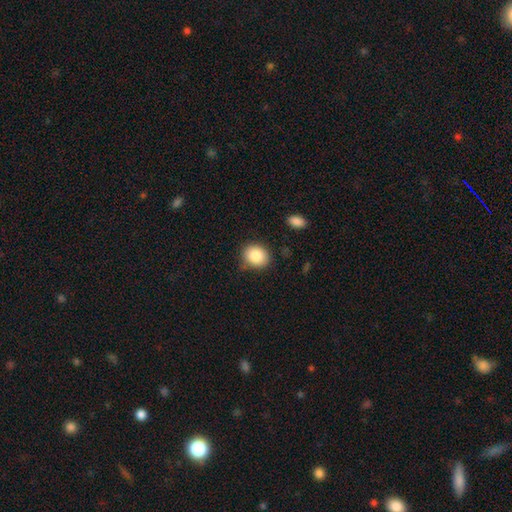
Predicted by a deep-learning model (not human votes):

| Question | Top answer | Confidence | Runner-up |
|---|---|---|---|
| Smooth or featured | smooth | 86% | star or artifact (8%) |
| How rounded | round | 61% | in between (38%) |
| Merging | none | 80% | minor disturbance (14%) |